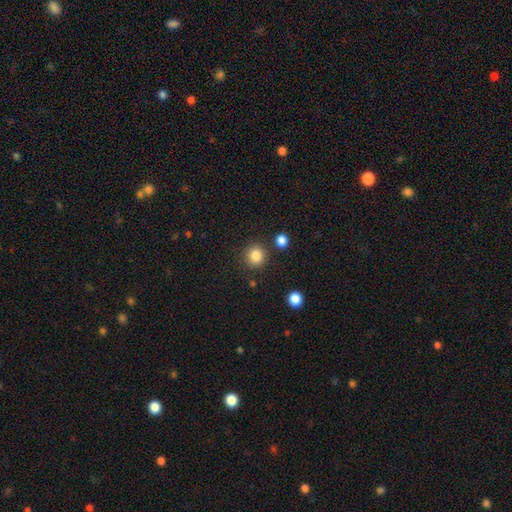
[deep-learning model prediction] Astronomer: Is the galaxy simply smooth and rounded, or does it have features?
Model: smooth — 85%.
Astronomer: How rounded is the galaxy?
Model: round — 92%.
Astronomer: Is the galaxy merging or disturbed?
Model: none — 86%.